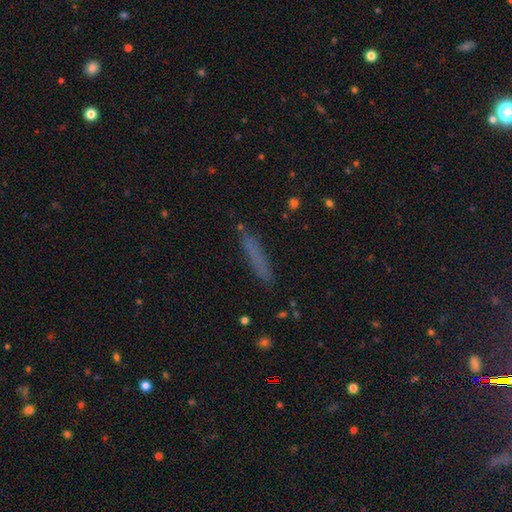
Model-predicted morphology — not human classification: A smooth galaxy with no disk features (69%) that is cigar-shaped (92%).

Vote fractions:
- Smooth or featured? smooth: 69% / featured or disk: 19% / star or artifact: 12%
- How rounded? cigar-shaped: 92% / in between: 7% / round: 2%
- Merging? none: 85% / minor disturbance: 10% / major disturbance: 3% / merger: 2%